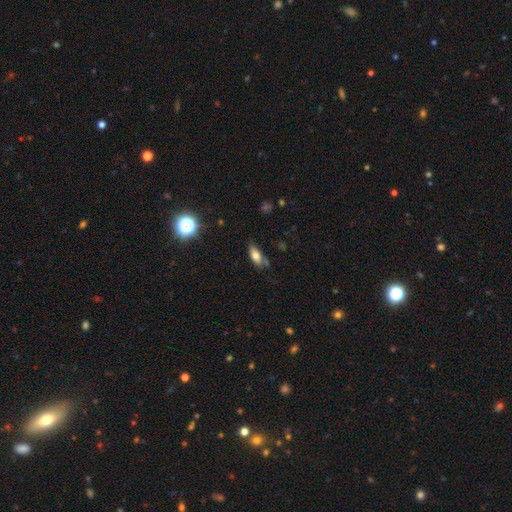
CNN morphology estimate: Smooth or featured? Predicted: smooth (p=0.73). How rounded? Predicted: in between (p=0.83). Merging? Predicted: none (p=0.60).